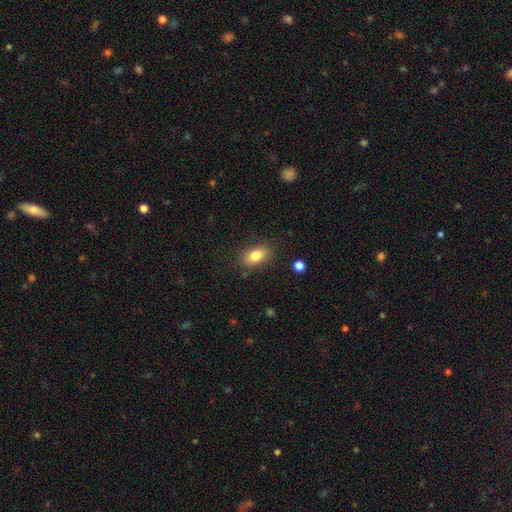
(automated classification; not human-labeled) Smooth or featured? smooth (81%)
How rounded? in between (88%)
Merging? none (83%)